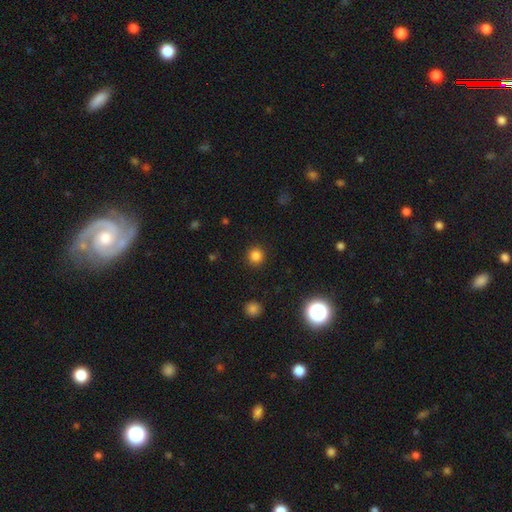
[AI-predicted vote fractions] Smooth or featured? smooth (82%)
How rounded? round (94%)
Merging? none (91%)